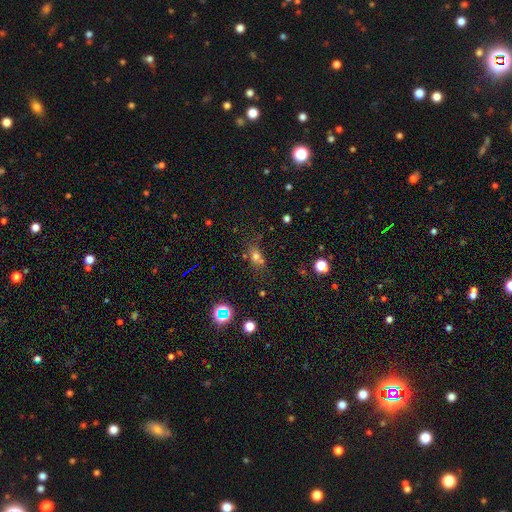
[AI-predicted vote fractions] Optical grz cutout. It shows a smooth galaxy with no disk features (63%) that is in between round and cigar-shaped (50%). Merging: none (55%).